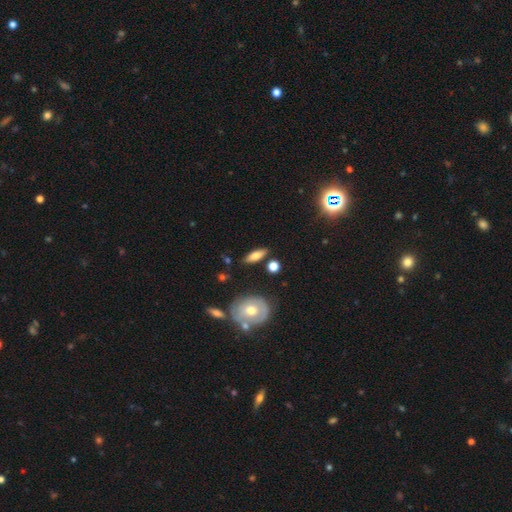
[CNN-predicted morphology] This appears to be a smooth galaxy with no disk features (66%) that is in between round and cigar-shaped (55%). Merging: none (82%).